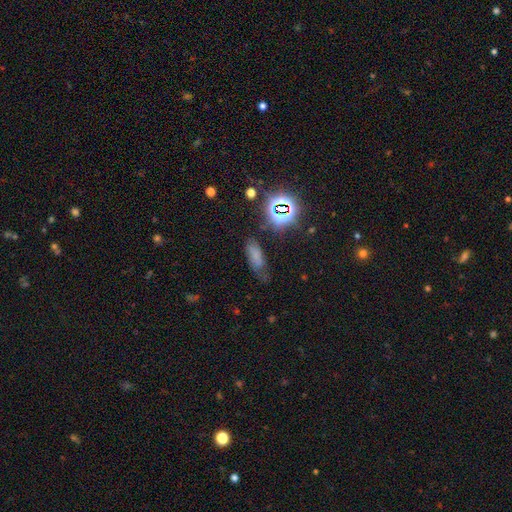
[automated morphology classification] A smooth galaxy with no disk features (57%) that is in between round and cigar-shaped (70%). Merging: none (56%).